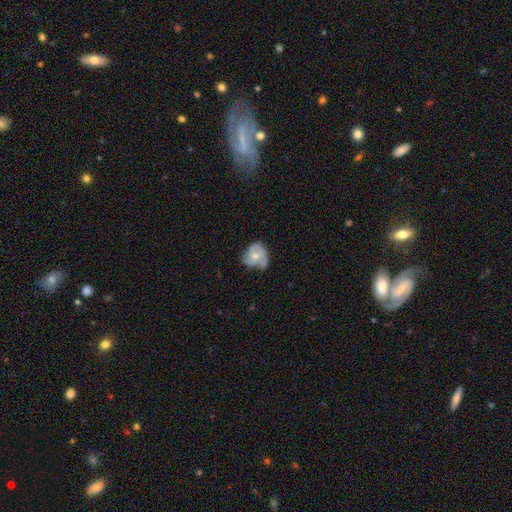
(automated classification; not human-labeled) This appears to be a featured or disk galaxy (55%) with no bar (72%), spiral arms (69%) and a moderate central bulge (55%). Merging: none (38%, tied with minor disturbance).